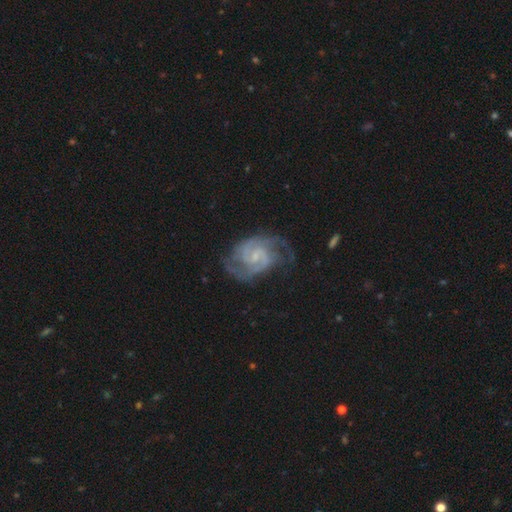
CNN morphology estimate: Smooth or featured? featured or disk (90%)
Edge-on disk? no (98%)
Bar? weak (53%)
Spiral arms? yes (98%)
Spiral winding? medium (50%)
Spiral arm count? 2 (72%)
Bulge size? small (66%)
Merging? none (67%)